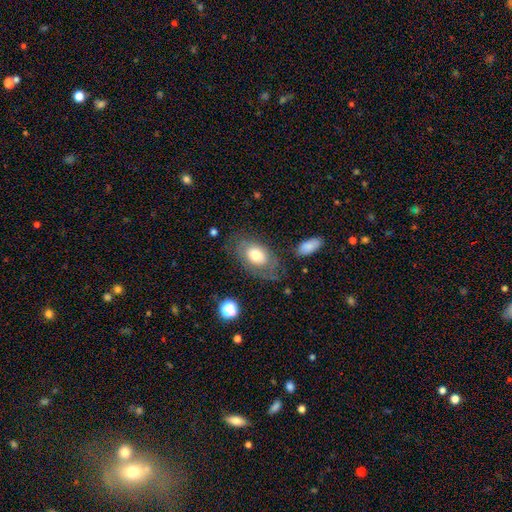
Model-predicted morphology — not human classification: The model was most divided on "smooth or featured": smooth: 59%, featured or disk: 33%, star or artifact: 8%. More confident: how rounded — in between (88%); merging — none (67%).